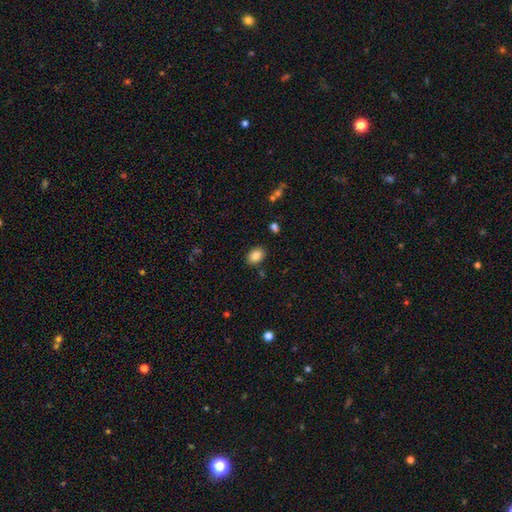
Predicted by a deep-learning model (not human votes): Smooth or featured?
  - smooth: 84% *
  - star or artifact: 9%
  - featured or disk: 7%
How rounded?
  - in between: 78% *
  - round: 21%
  - cigar-shaped: 1%
Merging?
  - none: 87% *
  - minor disturbance: 9%
  - major disturbance: 2%
  - merger: 2%